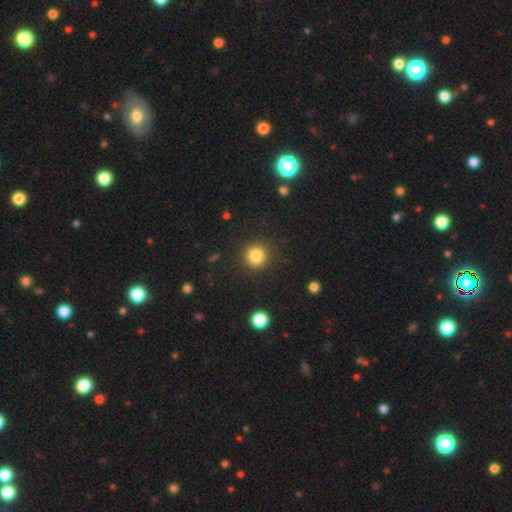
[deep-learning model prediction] smooth 83%, star or artifact 11%, featured or disk 5%. Down the decision tree: how rounded — round (93%); merging — none (89%).